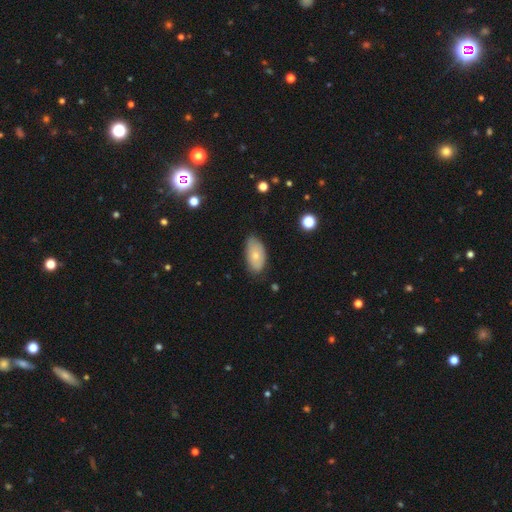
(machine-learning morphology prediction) smooth_or_featured: smooth (p=0.66) [alt: featured or disk p=0.28]
how_rounded: in between (p=0.93) [alt: round p=0.04]
merging: none (p=0.71) [alt: minor disturbance p=0.23]